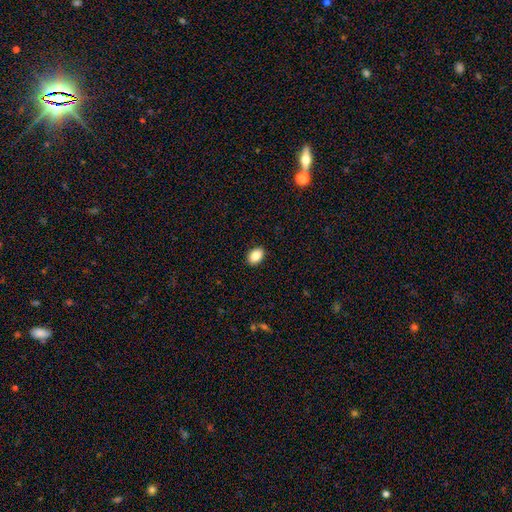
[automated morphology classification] Overall: smooth (87%). How rounded: in between (83%). Merging: none (90%).